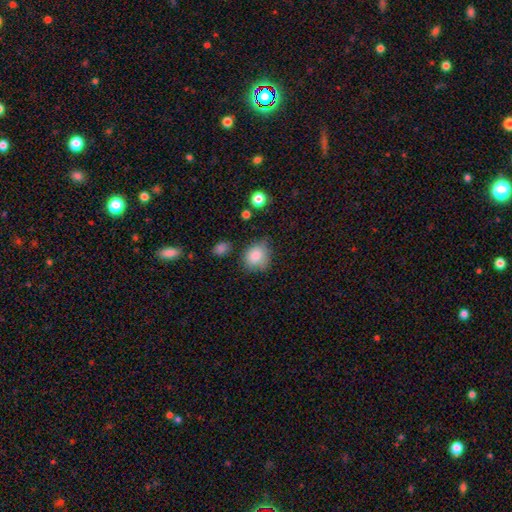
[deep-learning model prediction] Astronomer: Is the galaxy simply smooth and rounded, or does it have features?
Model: smooth — 84%.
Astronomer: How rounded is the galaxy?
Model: round — 64%.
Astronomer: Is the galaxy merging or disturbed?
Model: none — 60%.